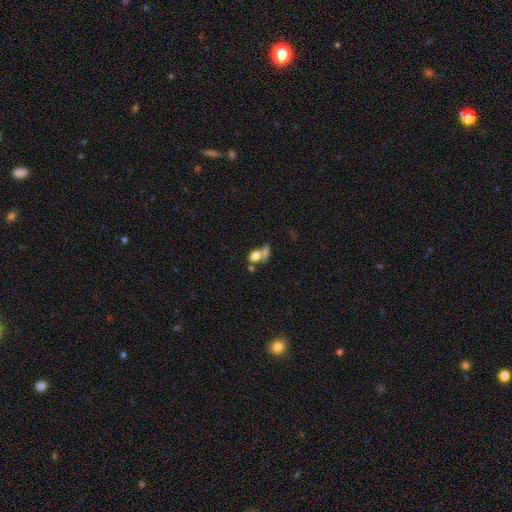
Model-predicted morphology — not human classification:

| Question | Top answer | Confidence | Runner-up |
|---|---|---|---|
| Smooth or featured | smooth | 70% | featured or disk (18%) |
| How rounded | in between | 68% | round (26%) |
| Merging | merger | 48% | none (30%) |